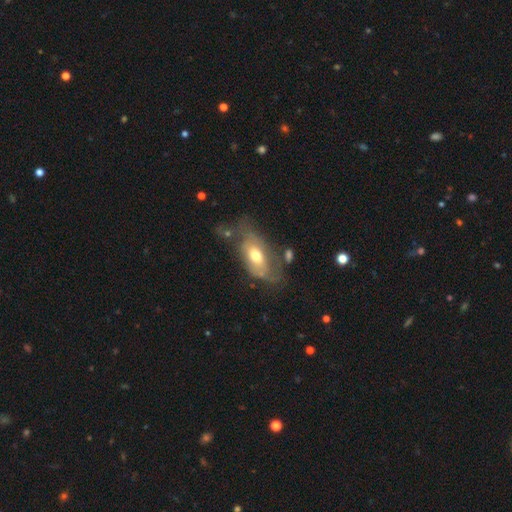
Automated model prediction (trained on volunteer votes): The model was most divided on "merging": none: 37%, major disturbance: 28%, minor disturbance: 27%, merger: 8%. More confident: how rounded — in between (88%); smooth or featured — smooth (52%).